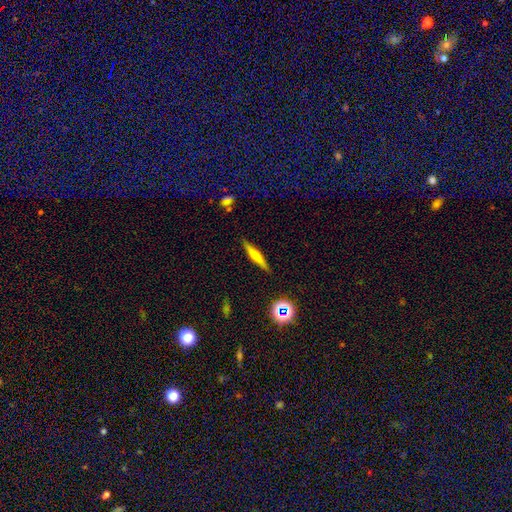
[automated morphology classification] Smooth or featured?
  - featured or disk: 46% *
  - smooth: 45%
  - star or artifact: 10%
Merging?
  - none: 88% *
  - minor disturbance: 9%
  - major disturbance: 2%
  - merger: 1%